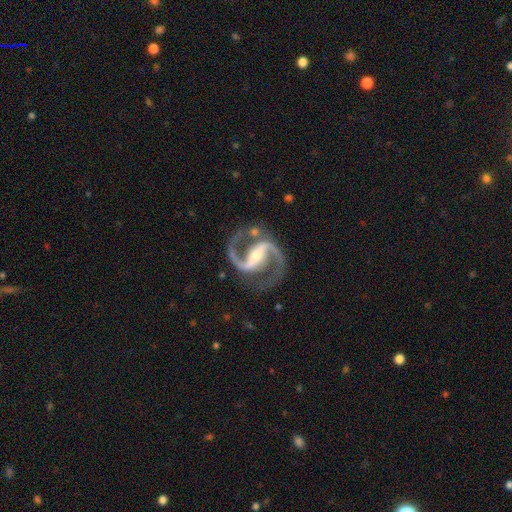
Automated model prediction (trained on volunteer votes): Smooth or featured?
  - featured or disk: 94% *
  - star or artifact: 4%
  - smooth: 2%
Edge-on disk?
  - no: 98% *
  - yes: 2%
Bar?
  - strong: 65% *
  - weak: 24%
  - no: 11%
Spiral arms?
  - yes: 99% *
  - no: 1%
Spiral winding?
  - medium: 67% *
  - loose: 19%
  - tight: 15%
Spiral arm count?
  - 2: 95% *
  - 3: 1%
  - 1: 1%
  - can't tell: 1%
  - 4: 1%
  - more than 4: 1%
Bulge size?
  - small: 50% *
  - moderate: 45%
  - large: 3%
  - none: 2%
  - dominant: 1%
Merging?
  - none: 82% *
  - minor disturbance: 11%
  - major disturbance: 5%
  - merger: 2%